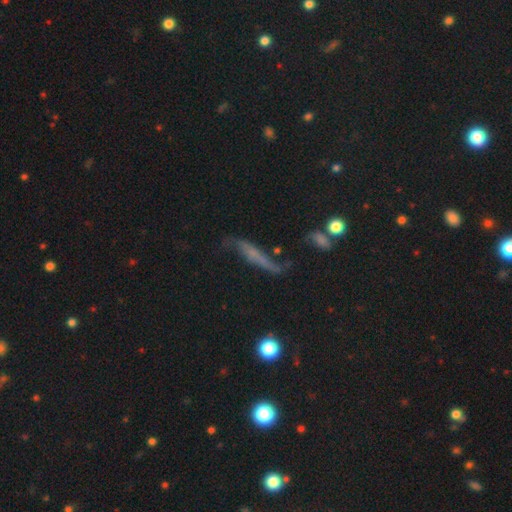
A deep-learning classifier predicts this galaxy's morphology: Smooth or featured?
  - featured or disk: 52% *
  - smooth: 34%
  - star or artifact: 14%
Edge-on disk?
  - yes: 52% *
  - no: 48%
Merging?
  - none: 51% *
  - minor disturbance: 25%
  - major disturbance: 17%
  - merger: 7%